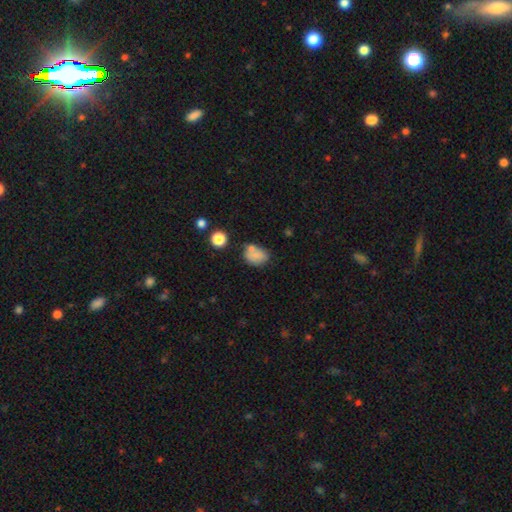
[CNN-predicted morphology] A smooth galaxy with no disk features (76%) that is in between round and cigar-shaped (62%). Merging: none (51%).